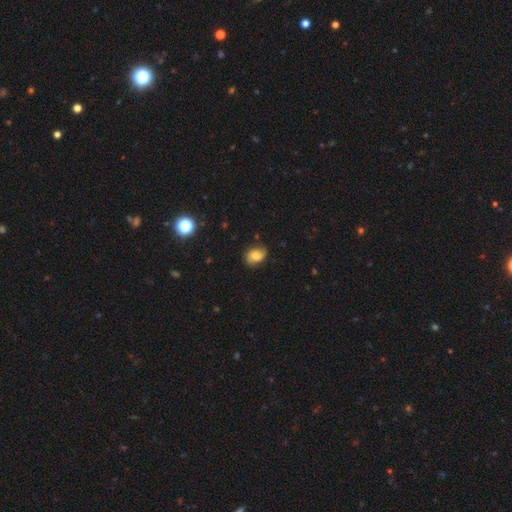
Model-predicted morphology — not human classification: The model was most divided on "smooth or featured": smooth: 56%, featured or disk: 33%, star or artifact: 10%. More confident: merging — none (75%); how rounded — in between (69%).